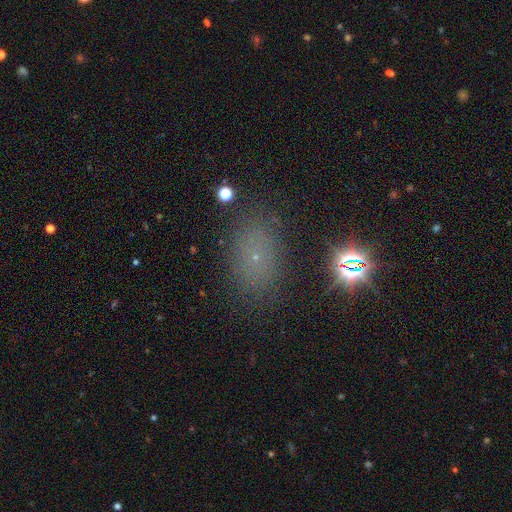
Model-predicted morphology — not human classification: This appears to be a smooth galaxy with no disk features (58%) that is in between round and cigar-shaped (78%). Merging: none (84%).